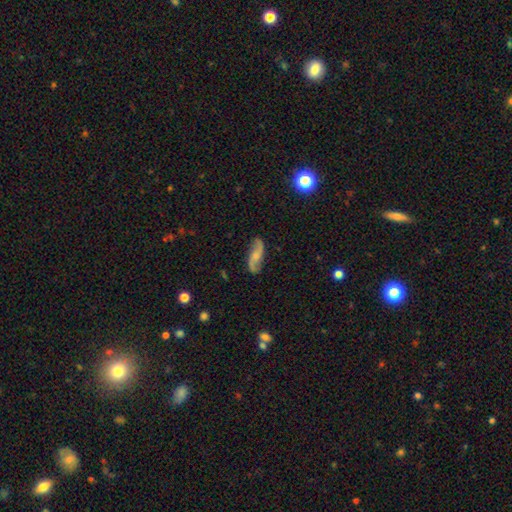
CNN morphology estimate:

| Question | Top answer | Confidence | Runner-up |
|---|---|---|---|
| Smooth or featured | featured or disk | 74% | smooth (19%) |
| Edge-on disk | no | 93% | yes (7%) |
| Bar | no | 58% | weak (33%) |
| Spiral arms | yes | 94% | no (6%) |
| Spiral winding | loose | 76% | medium (18%) |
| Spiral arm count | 2 | 93% | can't tell (3%) |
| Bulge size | small | 50% | moderate (31%) |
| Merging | none | 79% | minor disturbance (15%) |